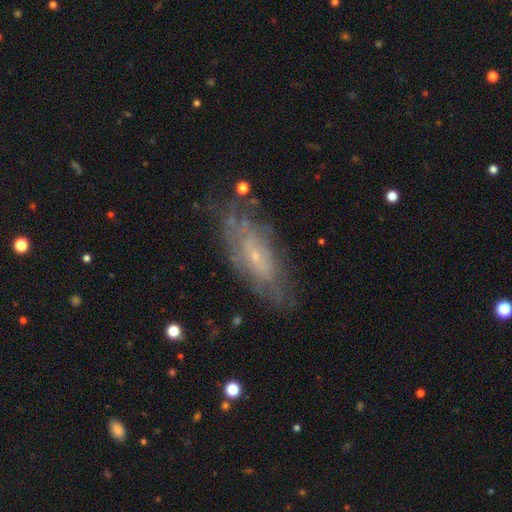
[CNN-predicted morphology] This appears to be a featured or disk galaxy (63%) with no bar (73%), spiral arms (61%) and a small central bulge (79%). Merging: none (69%).